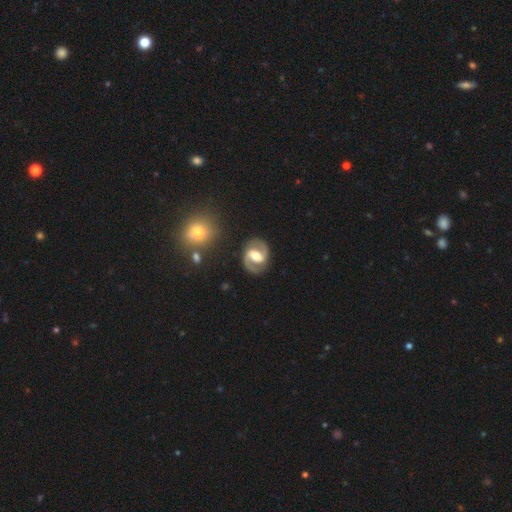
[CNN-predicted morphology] The model was most divided on "bar" (2-way tie): weak: 41%, strong: 41%, no: 18%. More confident: edge-on disk — no (98%); spiral arms — yes (95%); spiral arm count — 2 (93%); smooth or featured — featured or disk (87%); merging — none (85%); bulge size — moderate (68%); spiral winding — medium (58%).